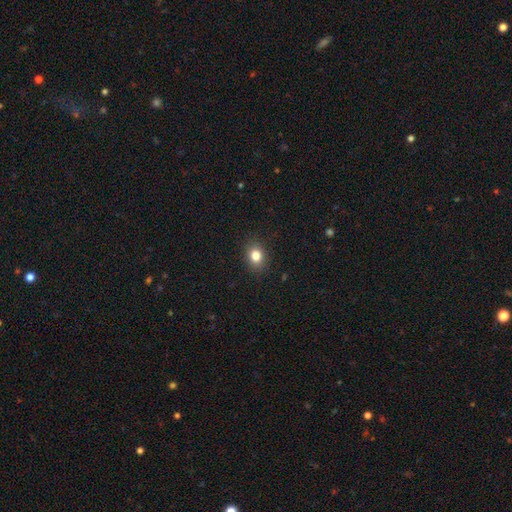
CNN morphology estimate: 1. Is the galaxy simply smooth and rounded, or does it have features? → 82% smooth, 11% star or artifact, 7% featured or disk.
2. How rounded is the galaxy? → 50% round, 49% in between, 1% cigar-shaped.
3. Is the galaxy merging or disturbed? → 89% none, 8% minor disturbance, 2% major disturbance, 1% merger.